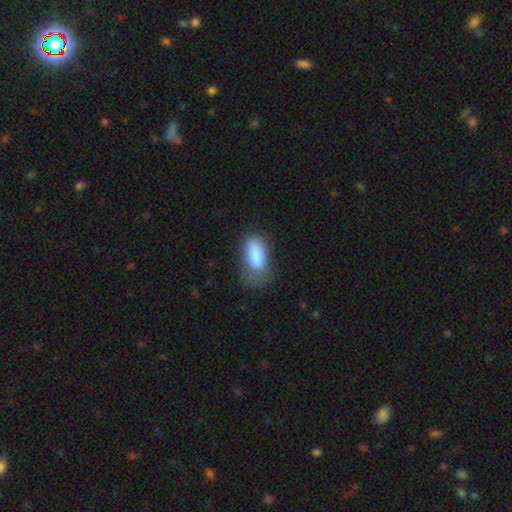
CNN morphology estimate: A smooth galaxy with no disk features (84%) that is in between round and cigar-shaped (89%).

Vote fractions:
- Smooth or featured? smooth: 84% / featured or disk: 9% / star or artifact: 7%
- How rounded? in between: 89% / cigar-shaped: 7% / round: 3%
- Merging? none: 53% / minor disturbance: 29% / major disturbance: 16% / merger: 2%